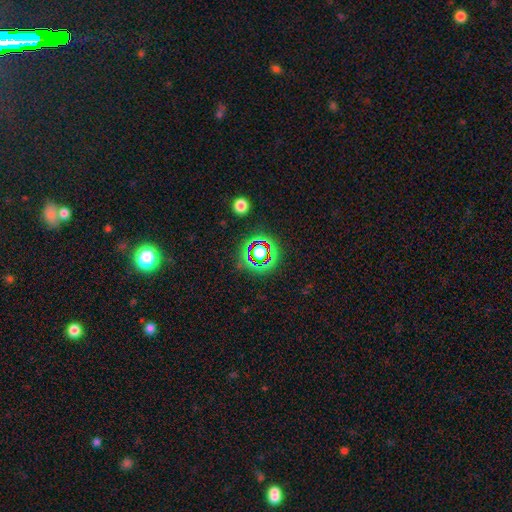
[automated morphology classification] Smooth or featured: star or artifact — 75% (smooth — 15%)